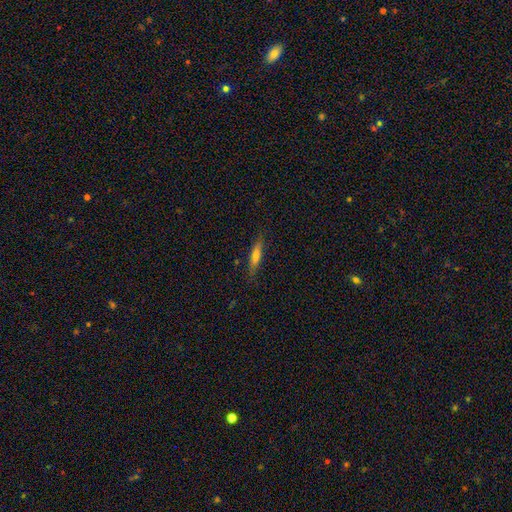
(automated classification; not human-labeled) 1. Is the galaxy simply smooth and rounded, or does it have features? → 62% smooth, 31% featured or disk, 7% star or artifact.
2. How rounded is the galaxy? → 78% cigar-shaped, 21% in between, 2% round.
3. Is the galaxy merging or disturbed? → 83% none, 13% minor disturbance, 3% major disturbance, 1% merger.